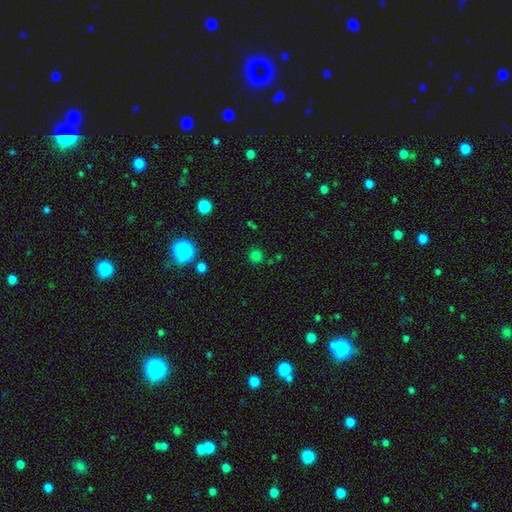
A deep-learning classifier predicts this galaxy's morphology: type=smooth (73%); roundness=round (91%); merging=none (82%).